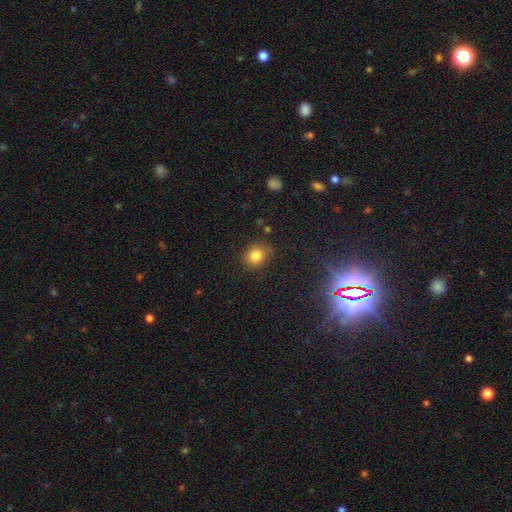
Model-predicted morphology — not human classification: Smooth or featured? Predicted: smooth (p=0.82). How rounded? Predicted: round (p=0.74). Merging? Predicted: none (p=0.80).